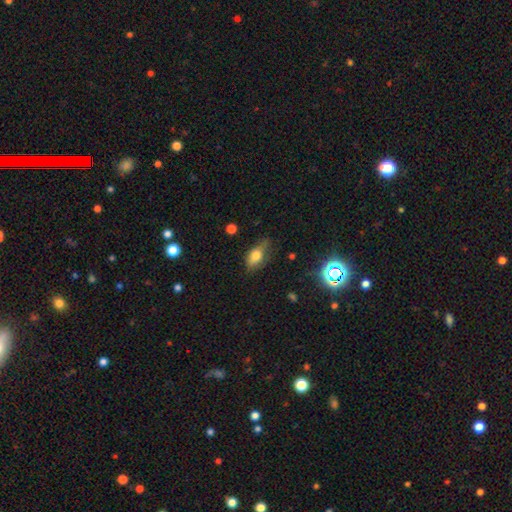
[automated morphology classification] smooth-or-featured: smooth: 70% | featured or disk: 19% | star or artifact: 11%
  how-rounded: in between: 83% | cigar-shaped: 9% | round: 9%
  merging: none: 59% | minor disturbance: 30% | major disturbance: 9% | merger: 2%